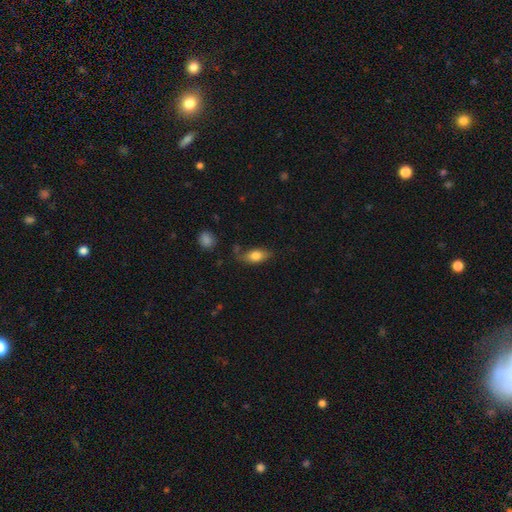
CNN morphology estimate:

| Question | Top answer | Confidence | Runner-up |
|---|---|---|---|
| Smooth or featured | smooth | 77% | featured or disk (16%) |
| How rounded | in between | 85% | cigar-shaped (10%) |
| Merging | none | 67% | minor disturbance (23%) |